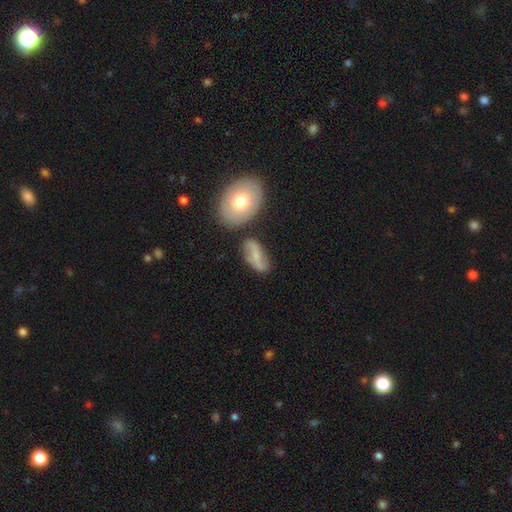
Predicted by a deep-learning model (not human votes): featured or disk 54%, smooth 39%, star or artifact 7%. Down the decision tree: edge-on disk — no (92%); merging — none (66%).